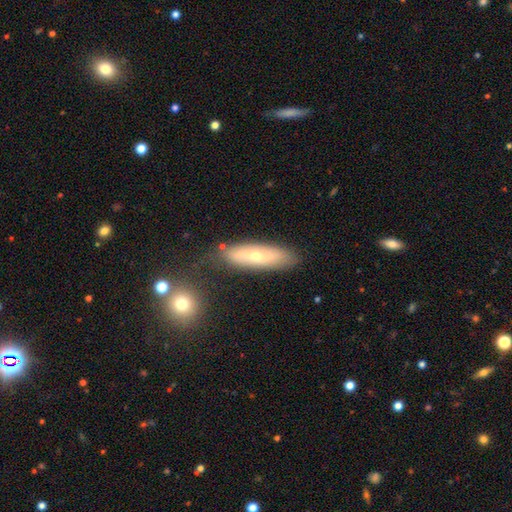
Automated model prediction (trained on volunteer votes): Overall: featured or disk (50%; smooth 43%). Merging: none (78%).